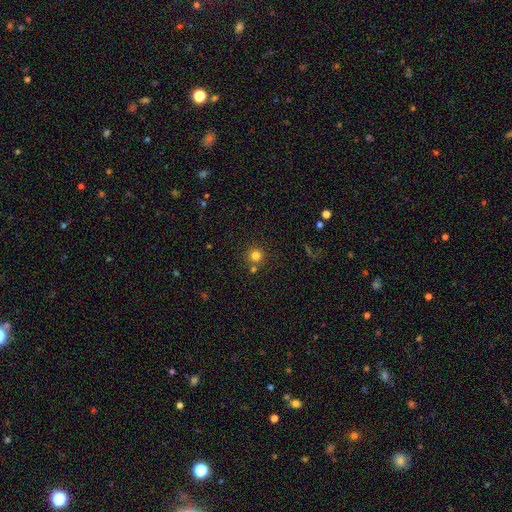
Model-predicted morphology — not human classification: A smooth galaxy with no disk features (80%) that is round (94%). Merging: none (77%).